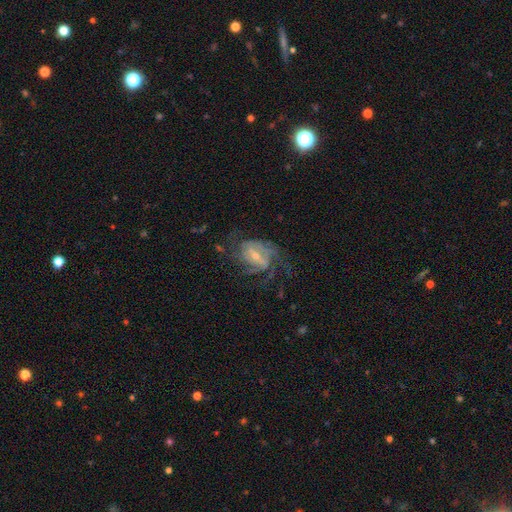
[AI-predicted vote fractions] The model was most divided on "spiral arm count": 3: 28%, can't tell: 24%, 2: 23%, 4: 13%, 1: 6%, more than 4: 6%. Remaining: edge-on disk — no (97%); spiral arms — yes (94%); smooth or featured — featured or disk (85%); merging — none (60%); bulge size — small (59%); bar — weak (47%); spiral winding — medium (45%).